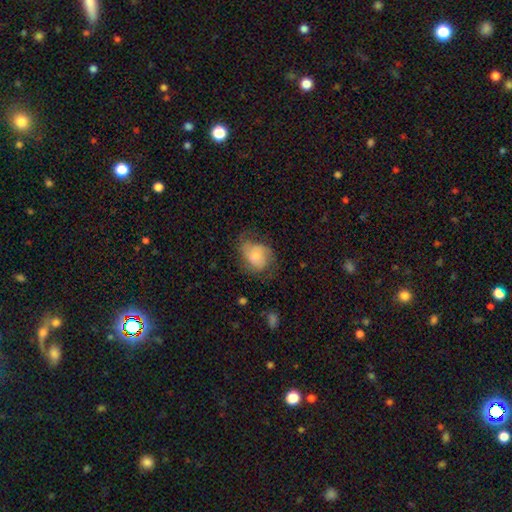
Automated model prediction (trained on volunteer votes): The model was most divided on "smooth or featured": smooth: 52%, featured or disk: 40%, star or artifact: 8%. Remaining: how rounded — in between (62%); merging — none (45%).